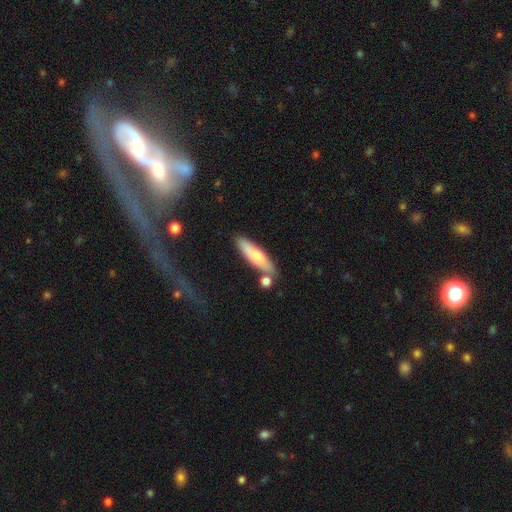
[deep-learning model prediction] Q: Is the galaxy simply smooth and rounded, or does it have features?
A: smooth — 72%.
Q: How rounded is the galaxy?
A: cigar-shaped — 71%.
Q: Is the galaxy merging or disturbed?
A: none — 73%.